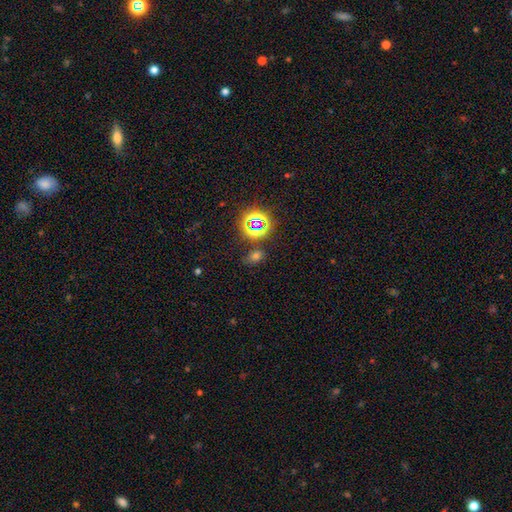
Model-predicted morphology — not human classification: Overall: smooth (51%; star or artifact 41%). How rounded: in between (68%; round 30%). Merging: none (72%).